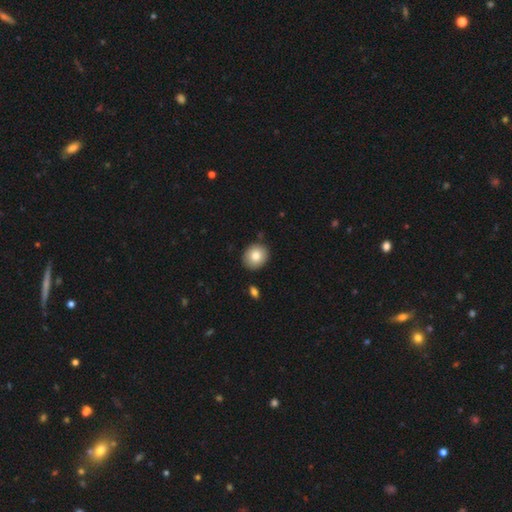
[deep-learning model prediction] smooth_or_featured: smooth (p=0.82) [alt: featured or disk p=0.10]
how_rounded: round (p=0.72) [alt: in between p=0.27]
merging: none (p=0.86) [alt: minor disturbance p=0.09]